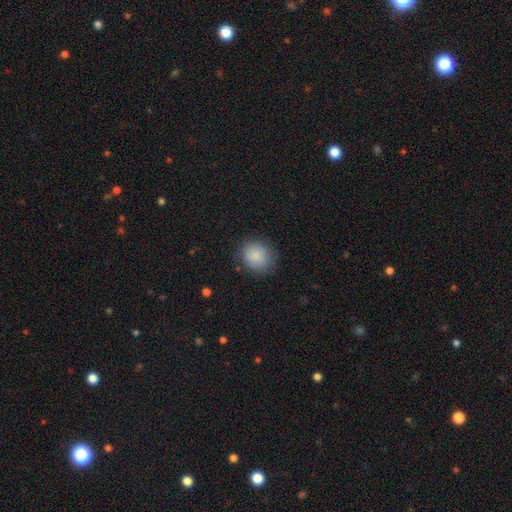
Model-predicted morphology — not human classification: This appears to be a smooth galaxy with no disk features (87%) that is round (76%). Merging: none (81%).